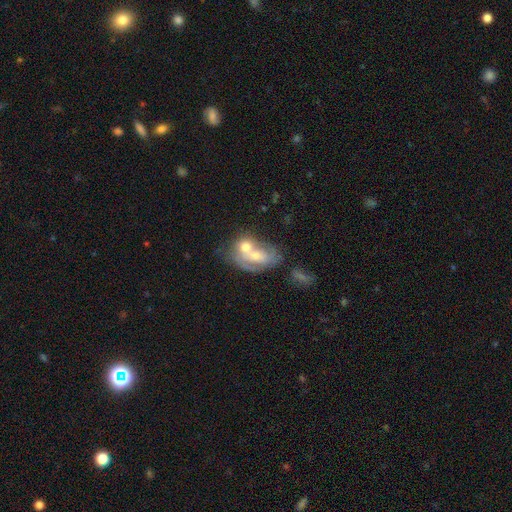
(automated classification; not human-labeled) Q: Smooth or featured?
A: featured or disk (51%); runner-up: smooth (42%)
Q: Edge-on disk?
A: no (95%); runner-up: yes (5%)
Q: Merging?
A: merger (64%); runner-up: none (17%)